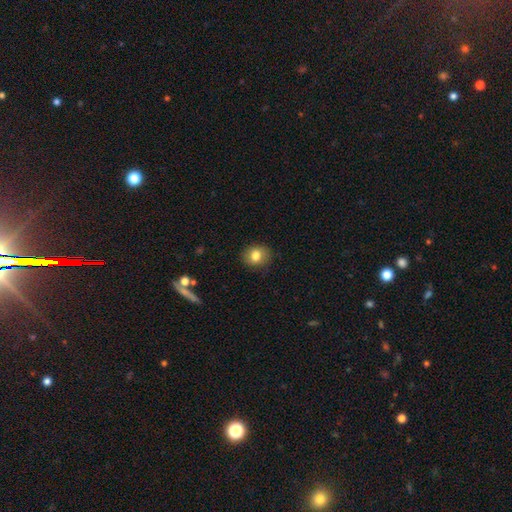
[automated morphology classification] A smooth galaxy with no disk features (80%) that is round (67%). Merging: none (86%).